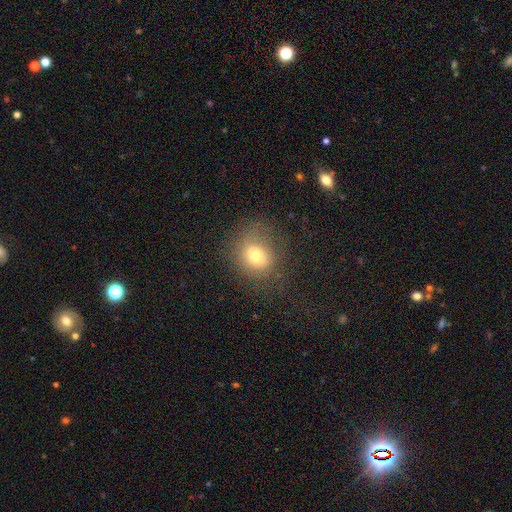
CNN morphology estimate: smooth 70%, featured or disk 15%, star or artifact 15%. Down the decision tree: how rounded — round (69%); merging — none (67%).